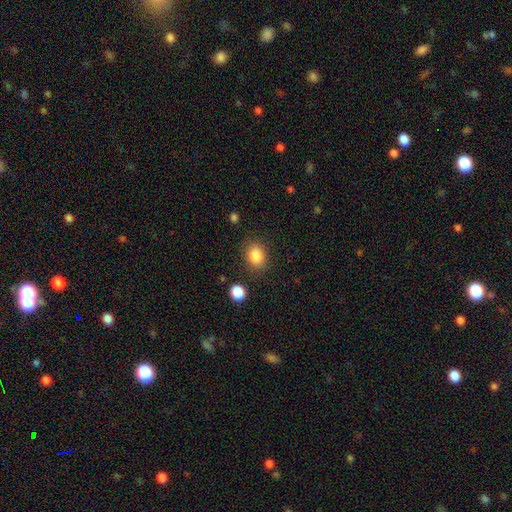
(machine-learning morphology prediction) Q: Smooth or featured?
A: smooth (85%); runner-up: star or artifact (10%)
Q: How rounded?
A: in between (54%); runner-up: round (45%)
Q: Merging?
A: none (83%); runner-up: minor disturbance (11%)